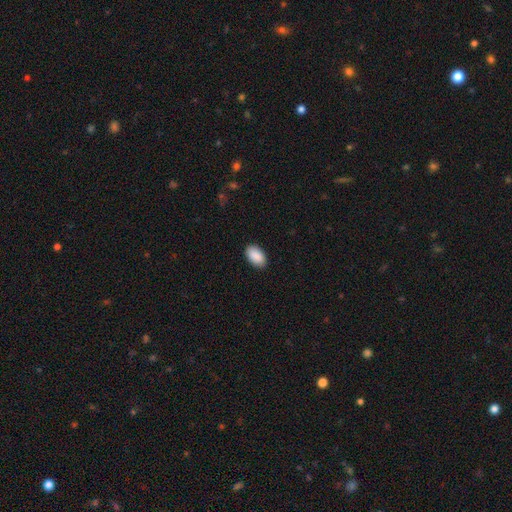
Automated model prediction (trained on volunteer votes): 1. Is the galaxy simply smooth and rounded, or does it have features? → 91% smooth, 6% star or artifact, 3% featured or disk.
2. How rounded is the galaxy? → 94% in between, 5% round, 1% cigar-shaped.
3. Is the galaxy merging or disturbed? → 89% none, 9% minor disturbance, 2% major disturbance, 1% merger.